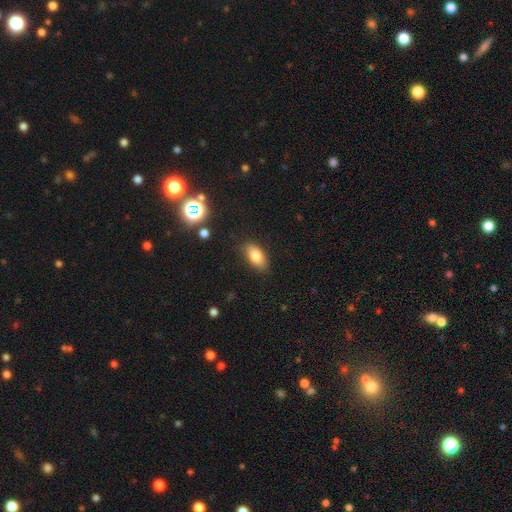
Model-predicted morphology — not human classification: The model was most divided on "merging": none: 83%, minor disturbance: 13%, major disturbance: 3%, merger: 2%. More confident: how rounded — in between (89%); smooth or featured — smooth (82%).